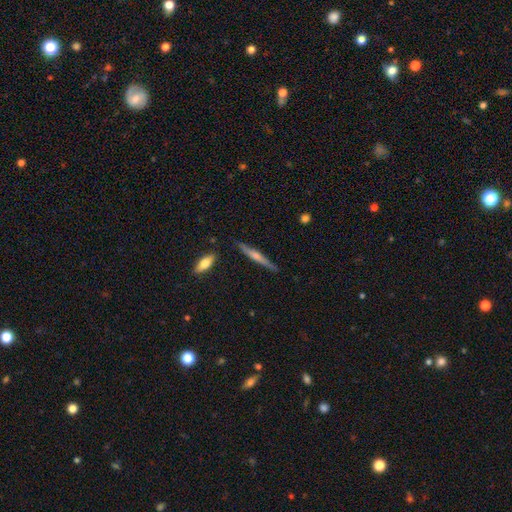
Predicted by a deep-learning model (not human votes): Smooth or featured?
  - featured or disk: 60% *
  - smooth: 34%
  - star or artifact: 6%
Edge-on disk?
  - yes: 97% *
  - no: 3%
Edge-on bulge?
  - rounded: 68% *
  - none: 20%
  - boxy: 12%
Merging?
  - none: 87% *
  - minor disturbance: 10%
  - merger: 2%
  - major disturbance: 2%